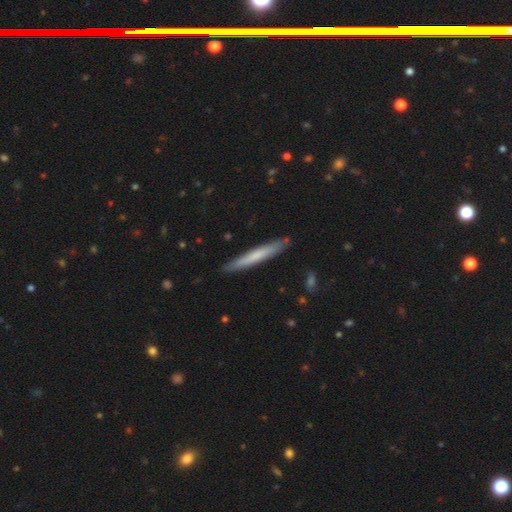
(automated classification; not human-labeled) A smooth galaxy with no disk features (60%) that is cigar-shaped (96%).

Vote fractions:
- Smooth or featured? smooth: 60% / featured or disk: 35% / star or artifact: 5%
- How rounded? cigar-shaped: 96% / in between: 3% / round: 1%
- Merging? none: 89% / minor disturbance: 9% / major disturbance: 1% / merger: 1%